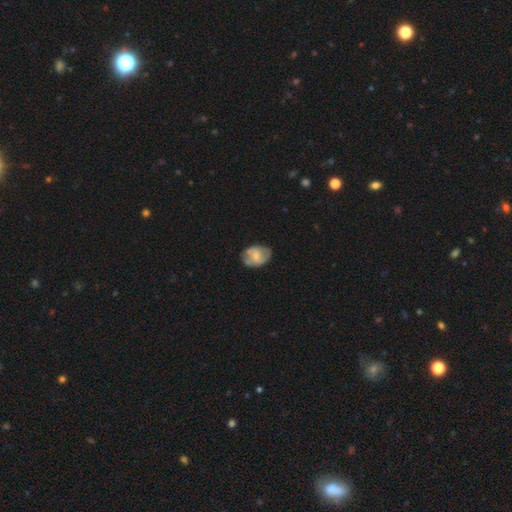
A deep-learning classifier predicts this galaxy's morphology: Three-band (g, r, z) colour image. It shows a featured or disk galaxy (49%). Merging: none (62%).